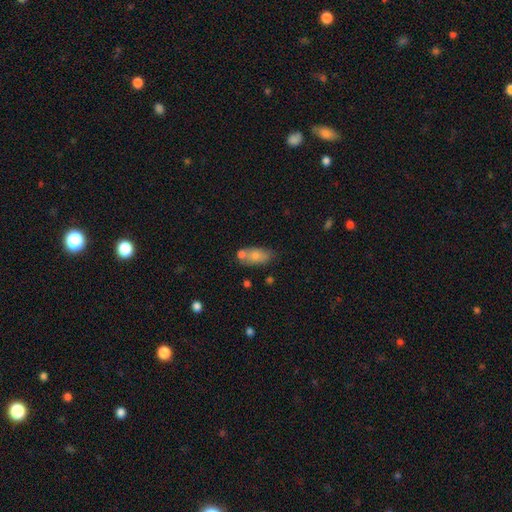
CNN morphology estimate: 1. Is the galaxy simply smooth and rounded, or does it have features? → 75% smooth, 17% featured or disk, 8% star or artifact.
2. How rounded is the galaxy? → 88% in between, 7% cigar-shaped, 6% round.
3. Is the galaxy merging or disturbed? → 48% none, 27% merger, 19% minor disturbance, 6% major disturbance.